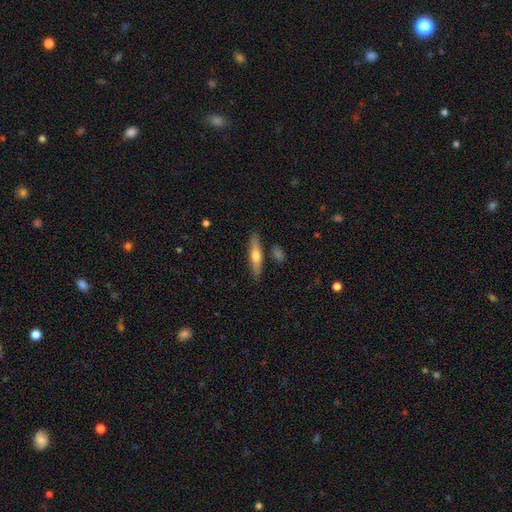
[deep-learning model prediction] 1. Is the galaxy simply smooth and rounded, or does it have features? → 50% smooth, 44% featured or disk, 6% star or artifact.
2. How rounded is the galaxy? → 82% cigar-shaped, 16% in between, 2% round.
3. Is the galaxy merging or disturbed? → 85% none, 9% minor disturbance, 4% merger, 2% major disturbance.